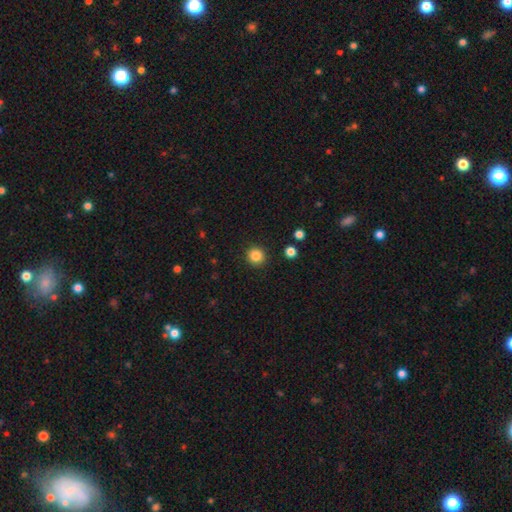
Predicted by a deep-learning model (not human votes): The model was most divided on "smooth or featured": smooth: 85%, star or artifact: 11%, featured or disk: 4%. More confident: how rounded — round (93%); merging — none (92%).